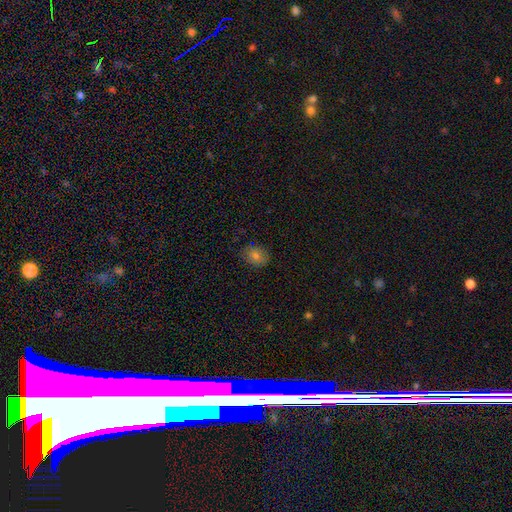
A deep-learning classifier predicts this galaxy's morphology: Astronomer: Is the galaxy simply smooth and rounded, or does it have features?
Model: smooth — 74%.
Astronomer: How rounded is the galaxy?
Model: round — 52% (runner-up: in between, 47%).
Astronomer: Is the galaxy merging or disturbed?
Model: none — 81%.